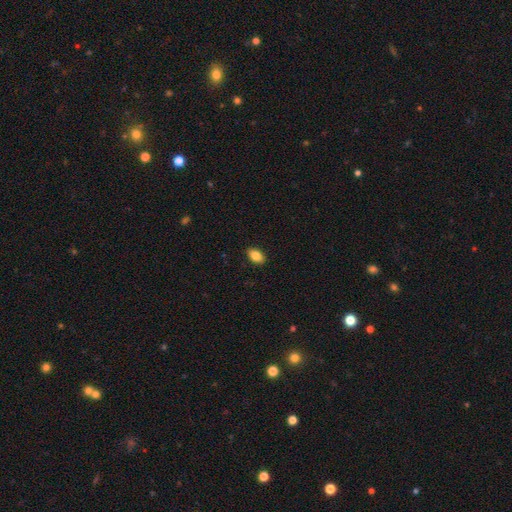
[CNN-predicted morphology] A smooth galaxy with no disk features (83%) that is in between round and cigar-shaped (89%).

Vote fractions:
- Smooth or featured? smooth: 83% / featured or disk: 9% / star or artifact: 8%
- How rounded? in between: 89% / round: 9% / cigar-shaped: 2%
- Merging? none: 90% / minor disturbance: 8% / major disturbance: 2% / merger: 1%